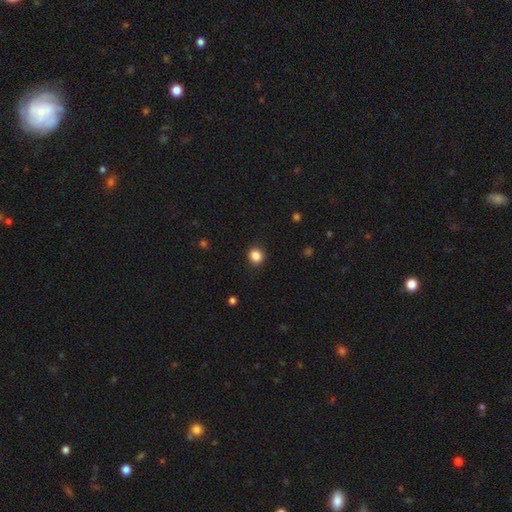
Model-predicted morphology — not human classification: Smooth or featured? Predicted: smooth (p=0.86). How rounded? Predicted: round (p=0.75). Merging? Predicted: none (p=0.88).